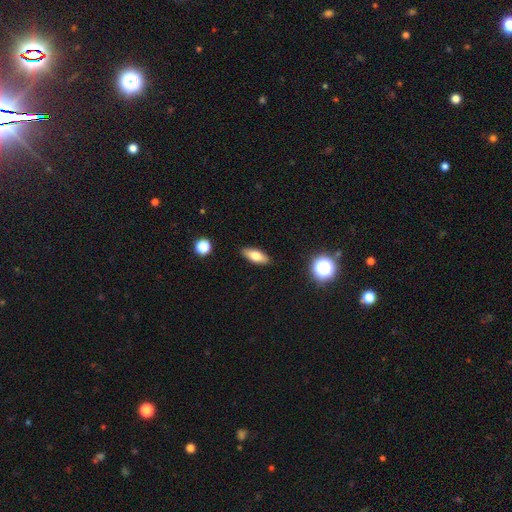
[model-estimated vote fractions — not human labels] A smooth galaxy with no disk features (70%) that is in between round and cigar-shaped (72%). Merging: none (88%).